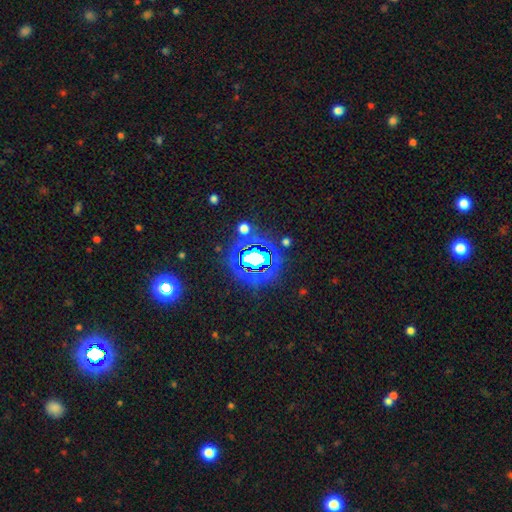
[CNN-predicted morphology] Smooth or featured?
  - star or artifact: 72% *
  - smooth: 17%
  - featured or disk: 11%